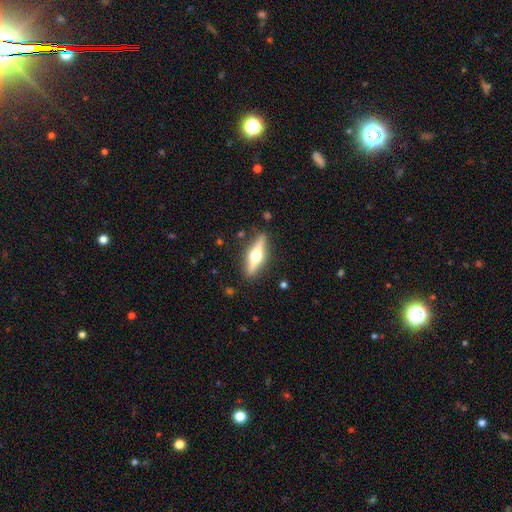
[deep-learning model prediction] A featured or disk galaxy (67%) viewed edge-on (95%) with a rounded central bulge (96%). Merging: none (88%).